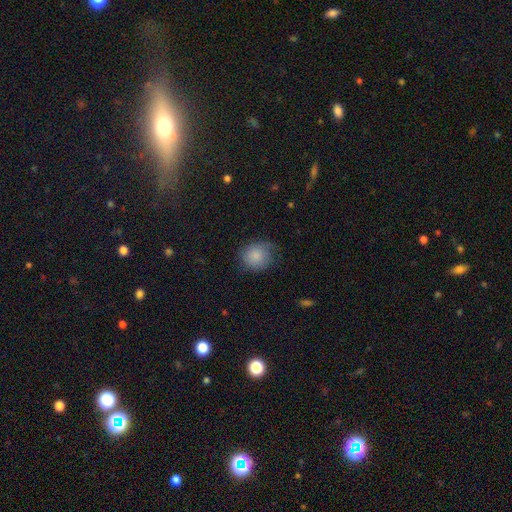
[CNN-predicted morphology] smooth_or_featured: smooth (p=0.81) [alt: featured or disk p=0.11]
how_rounded: round (p=0.79) [alt: in between p=0.20]
merging: none (p=0.59) [alt: minor disturbance p=0.29]